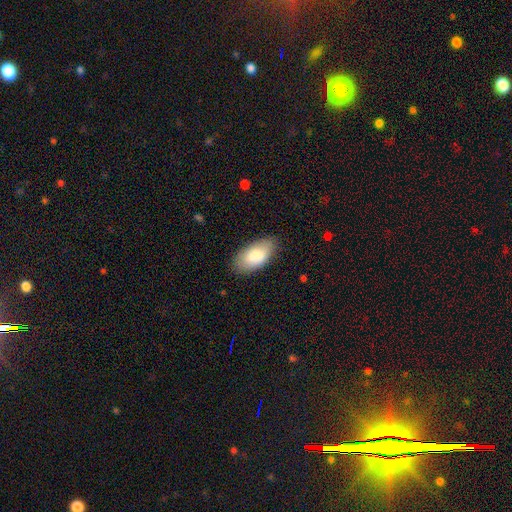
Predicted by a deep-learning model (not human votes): Morphology: type=smooth (86%); roundness=in between (95%); merging=none (83%).